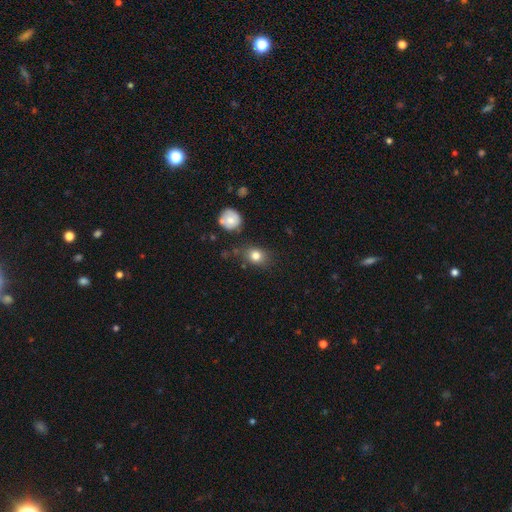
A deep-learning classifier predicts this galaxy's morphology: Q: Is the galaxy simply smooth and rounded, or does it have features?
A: smooth — 81%.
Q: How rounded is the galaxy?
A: round — 58%.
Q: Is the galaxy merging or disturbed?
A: none — 74%.